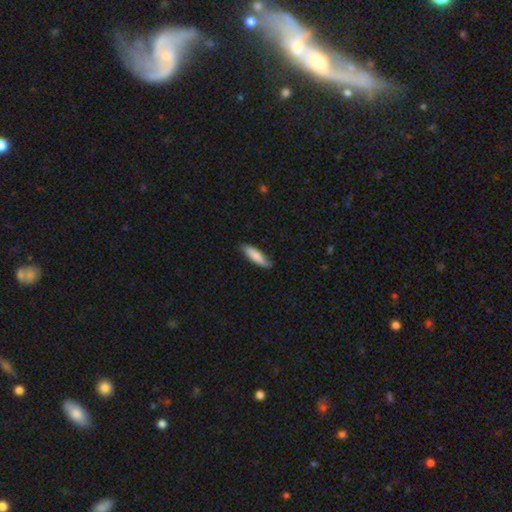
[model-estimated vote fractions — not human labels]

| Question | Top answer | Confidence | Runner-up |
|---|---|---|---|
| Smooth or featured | smooth | 79% | featured or disk (15%) |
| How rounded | cigar-shaped | 58% | in between (40%) |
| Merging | none | 77% | minor disturbance (19%) |